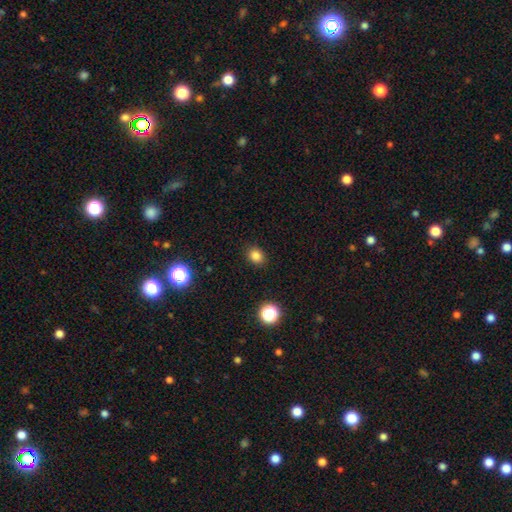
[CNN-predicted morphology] A smooth galaxy with no disk features (82%) that is round (53%). Merging: none (89%).